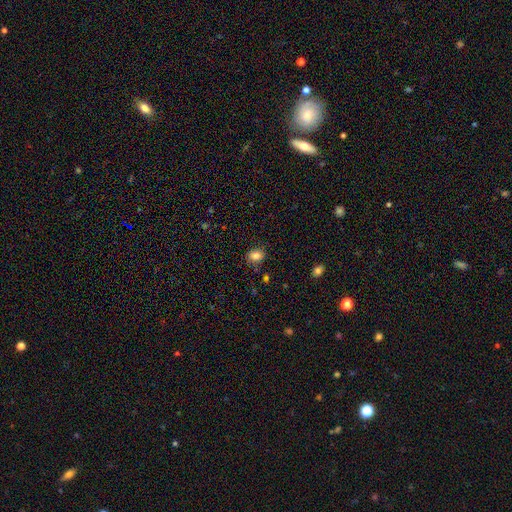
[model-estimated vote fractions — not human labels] Q: Smooth or featured?
A: smooth (83%); runner-up: star or artifact (10%)
Q: How rounded?
A: in between (52%); runner-up: round (47%)
Q: Merging?
A: none (85%); runner-up: minor disturbance (11%)